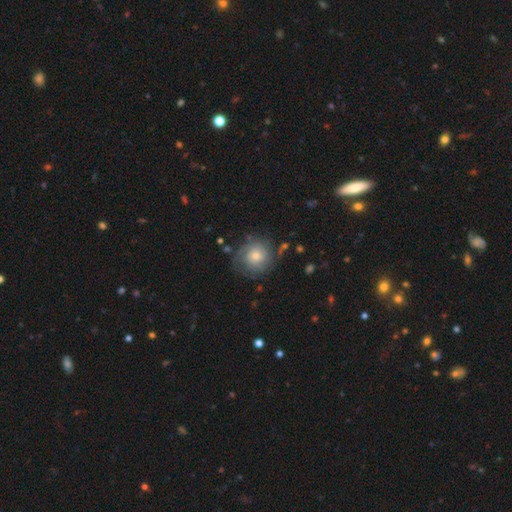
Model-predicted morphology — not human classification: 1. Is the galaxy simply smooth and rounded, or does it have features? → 52% smooth, 40% featured or disk, 8% star or artifact.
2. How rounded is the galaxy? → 89% round, 10% in between, 1% cigar-shaped.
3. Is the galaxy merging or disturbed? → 69% none, 19% minor disturbance, 10% major disturbance, 2% merger.